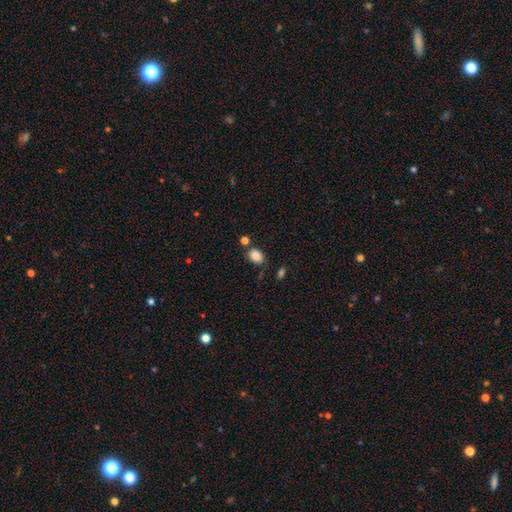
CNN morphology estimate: A smooth galaxy with no disk features (86%) that is in between round and cigar-shaped (65%). Merging: none (71%).